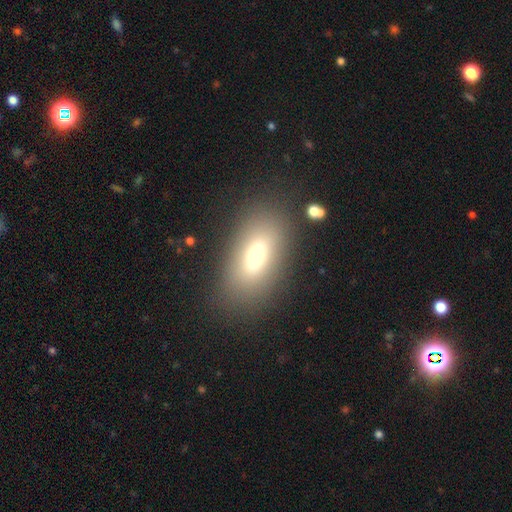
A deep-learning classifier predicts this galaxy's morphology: This is likely a smooth galaxy (69%). How rounded: clearly in between (85%). Merging: likely none (80%).